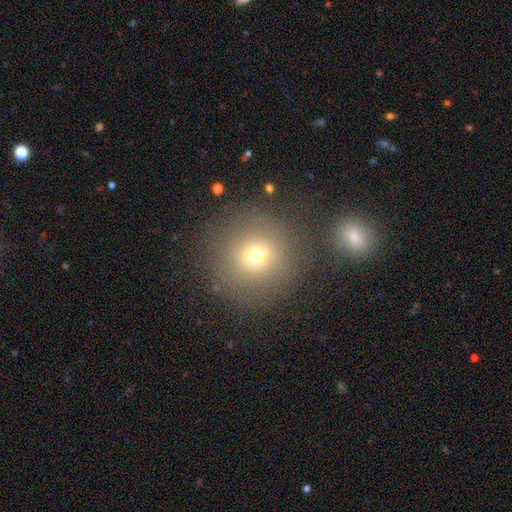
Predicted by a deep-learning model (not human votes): The model was most divided on "smooth or featured": smooth: 69%, star or artifact: 17%, featured or disk: 14%. More confident: how rounded — round (93%); merging — none (79%).